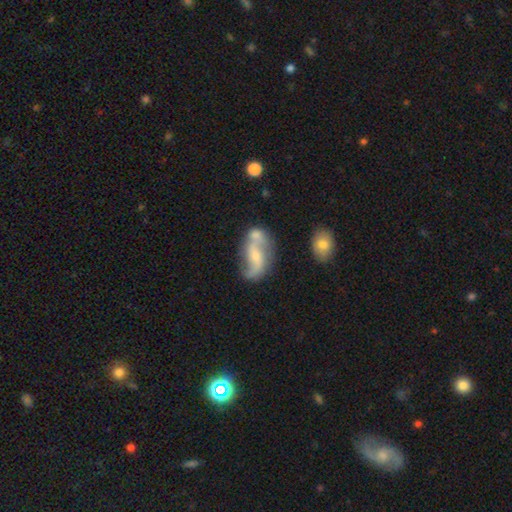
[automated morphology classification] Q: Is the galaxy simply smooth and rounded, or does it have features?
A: featured or disk — 75%.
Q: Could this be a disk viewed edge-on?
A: no — 96%.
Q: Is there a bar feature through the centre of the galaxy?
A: weak — 42%.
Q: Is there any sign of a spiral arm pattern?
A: yes — 90%.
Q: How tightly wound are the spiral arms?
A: loose — 71%.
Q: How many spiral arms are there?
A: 2 — 89%.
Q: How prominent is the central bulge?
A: small — 46%.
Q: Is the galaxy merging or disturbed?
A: none — 47%.